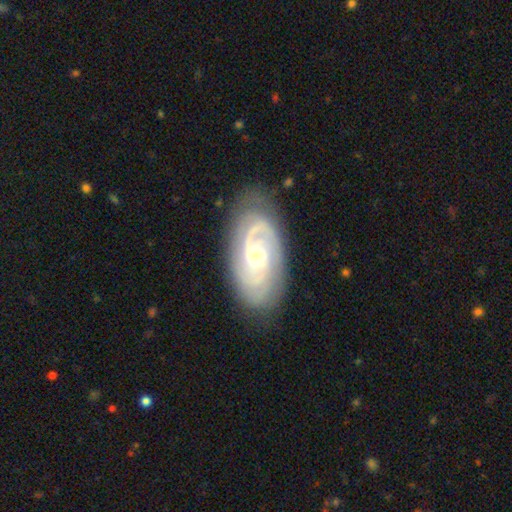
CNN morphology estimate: Smooth or featured?
  - featured or disk: 86% *
  - smooth: 9%
  - star or artifact: 5%
Edge-on disk?
  - no: 95% *
  - yes: 5%
Bar?
  - no: 52% *
  - weak: 40%
  - strong: 8%
Spiral arms?
  - yes: 97% *
  - no: 3%
Spiral winding?
  - tight: 57% *
  - medium: 35%
  - loose: 8%
Spiral arm count?
  - 2: 48% *
  - 3: 20%
  - can't tell: 19%
  - 1: 5%
  - 4: 4%
  - more than 4: 3%
Bulge size?
  - moderate: 47% * (tied)
  - small: 47% * (tied)
  - large: 3%
  - none: 2%
  - dominant: 1%
Merging?
  - none: 79% *
  - minor disturbance: 15%
  - major disturbance: 5%
  - merger: 1%